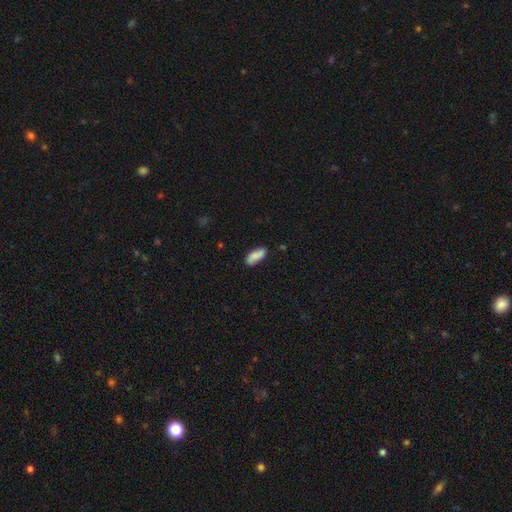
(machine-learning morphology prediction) A smooth galaxy with no disk features (79%) that is in between round and cigar-shaped (80%). Merging: none (75%).